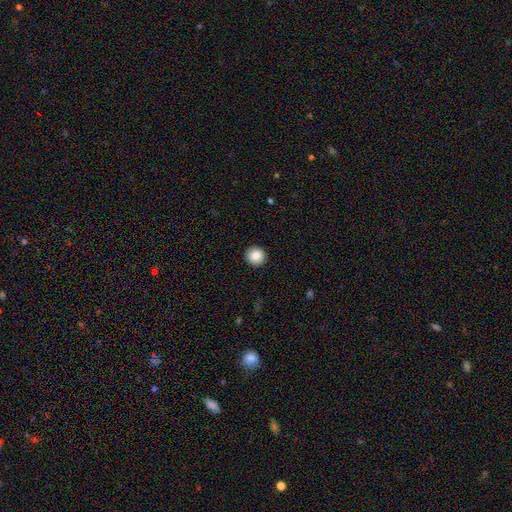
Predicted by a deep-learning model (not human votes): Smooth or featured? smooth (86%)
How rounded? round (92%)
Merging? none (91%)